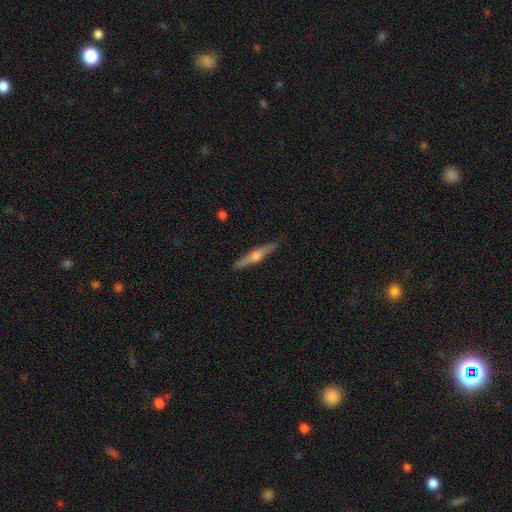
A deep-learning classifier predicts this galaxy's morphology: A featured or disk galaxy (69%) viewed edge-on (97%) with a rounded central bulge (91%).

Vote fractions:
- Smooth or featured? featured or disk: 69% / smooth: 26% / star or artifact: 6%
- Edge-on disk? yes: 97% / no: 3%
- Edge-on bulge? rounded: 91% / boxy: 5% / none: 4%
- Merging? none: 90% / minor disturbance: 7% / major disturbance: 2% / merger: 1%